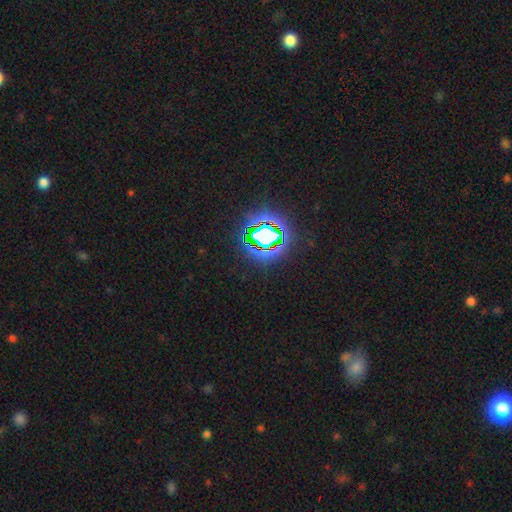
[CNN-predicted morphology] A star or artifact, not a galaxy (83%).

Vote fractions:
- Smooth or featured? star or artifact: 83% / smooth: 11% / featured or disk: 7%